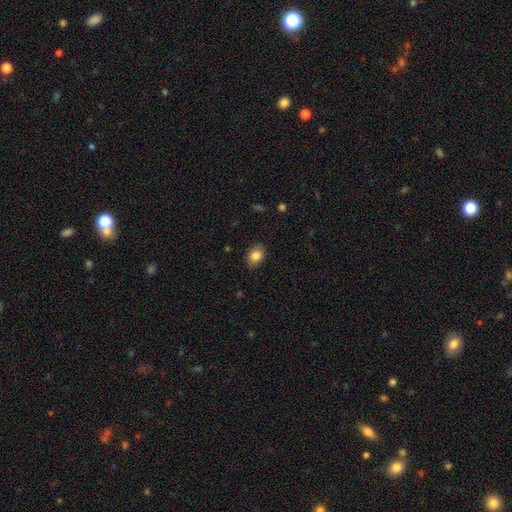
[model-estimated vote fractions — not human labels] Overall: smooth (84%). How rounded: in between (66%; round 33%). Merging: none (86%).